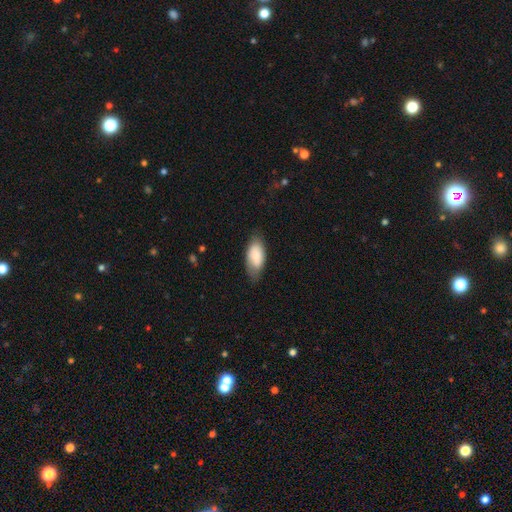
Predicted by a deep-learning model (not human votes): smooth_or_featured: smooth (p=0.75) [alt: featured or disk p=0.19]
how_rounded: in between (p=0.92) [alt: cigar-shaped p=0.05]
merging: none (p=0.71) [alt: minor disturbance p=0.22]